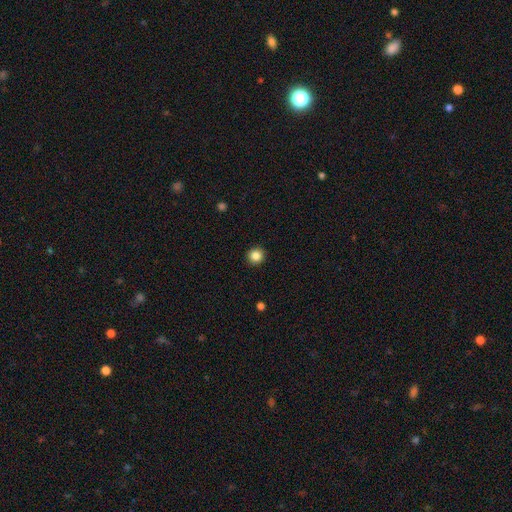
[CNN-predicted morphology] This is clearly a smooth galaxy (85%). How rounded: clearly round (94%). Merging: clearly none (93%).